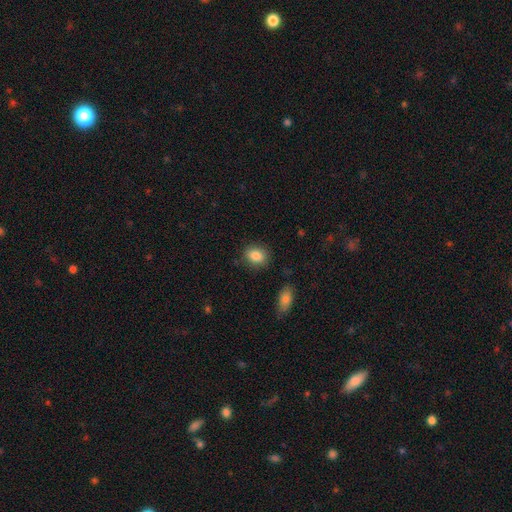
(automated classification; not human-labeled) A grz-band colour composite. It shows a smooth galaxy with no disk features (86%) that is in between round and cigar-shaped (56%). Merging: none (84%).